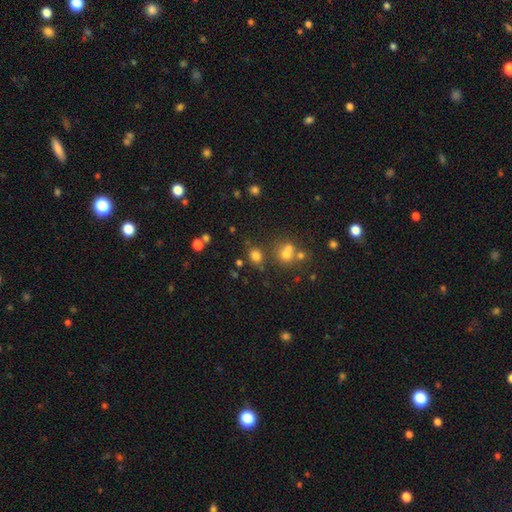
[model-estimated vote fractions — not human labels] Smooth or featured? Predicted: smooth (p=0.75). How rounded? Predicted: round (p=0.60). Merging? Predicted: none (p=0.69).